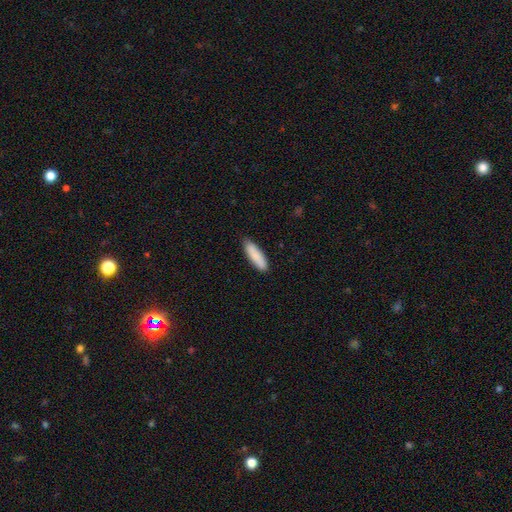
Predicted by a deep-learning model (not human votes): Q: Smooth or featured?
A: smooth (88%); runner-up: featured or disk (7%)
Q: How rounded?
A: cigar-shaped (60%); runner-up: in between (38%)
Q: Merging?
A: none (86%); runner-up: minor disturbance (11%)